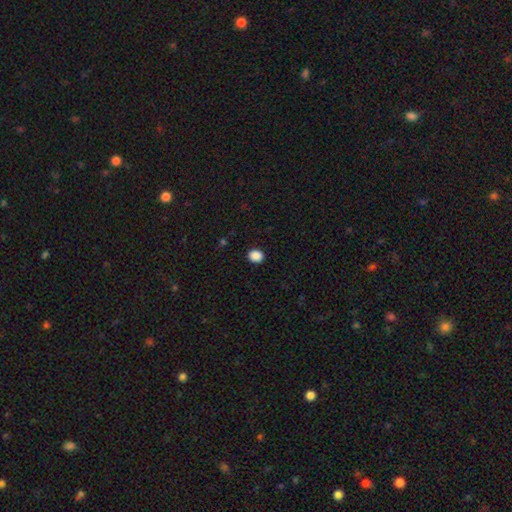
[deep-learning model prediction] A smooth galaxy with no disk features (89%) that is round (61%).

Vote fractions:
- Smooth or featured? smooth: 89% / star or artifact: 9% / featured or disk: 2%
- How rounded? round: 61% / in between: 38% / cigar-shaped: 1%
- Merging? none: 91% / minor disturbance: 6% / major disturbance: 2% / merger: 1%